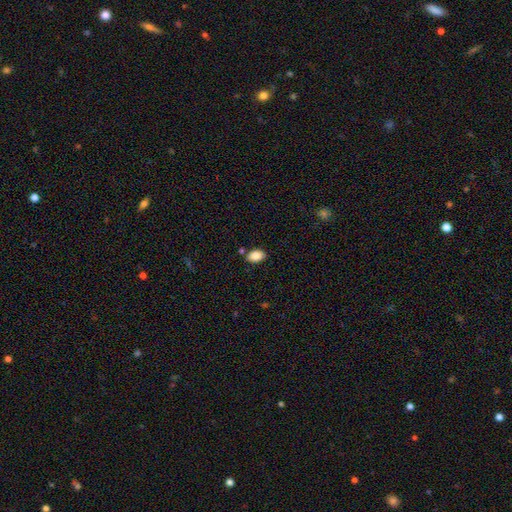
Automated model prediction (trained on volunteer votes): A smooth galaxy with no disk features (86%) that is in between round and cigar-shaped (88%).

Vote fractions:
- Smooth or featured? smooth: 86% / star or artifact: 8% / featured or disk: 6%
- How rounded? in between: 88% / round: 11% / cigar-shaped: 1%
- Merging? none: 80% / minor disturbance: 12% / merger: 6% / major disturbance: 2%